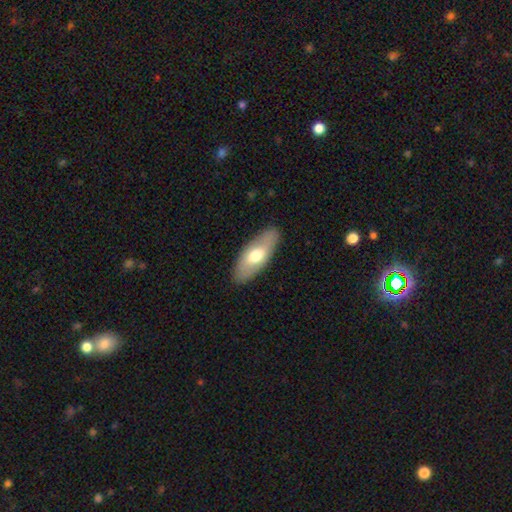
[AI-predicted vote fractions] The model was most divided on "smooth or featured": smooth: 61%, featured or disk: 33%, star or artifact: 5%. More confident: merging — none (86%); how rounded — in between (81%).